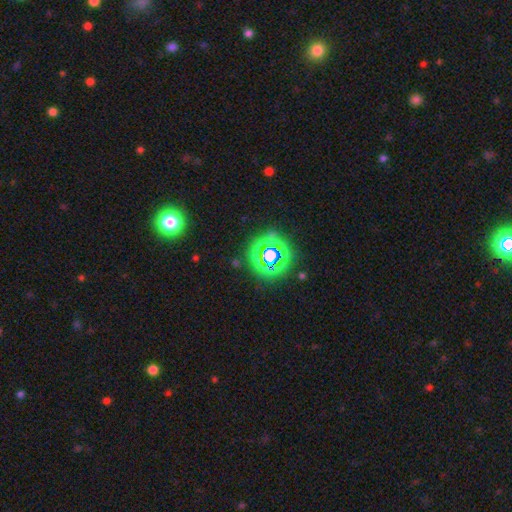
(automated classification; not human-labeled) star or artifact 76%, smooth 16%, featured or disk 9%.